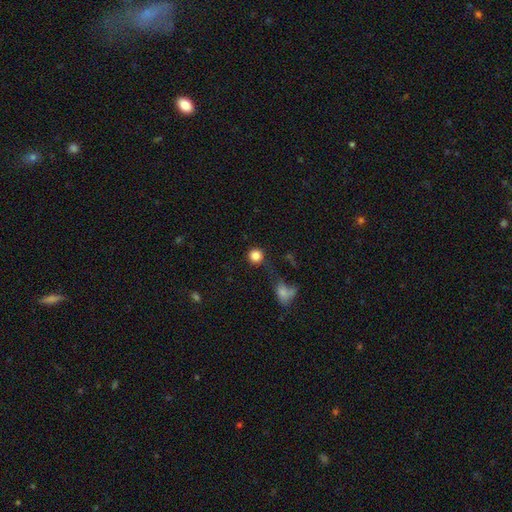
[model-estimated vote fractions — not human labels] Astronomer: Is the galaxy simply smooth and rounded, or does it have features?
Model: smooth — 85%.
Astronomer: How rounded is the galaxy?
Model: round — 93%.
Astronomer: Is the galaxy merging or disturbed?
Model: none — 76%.